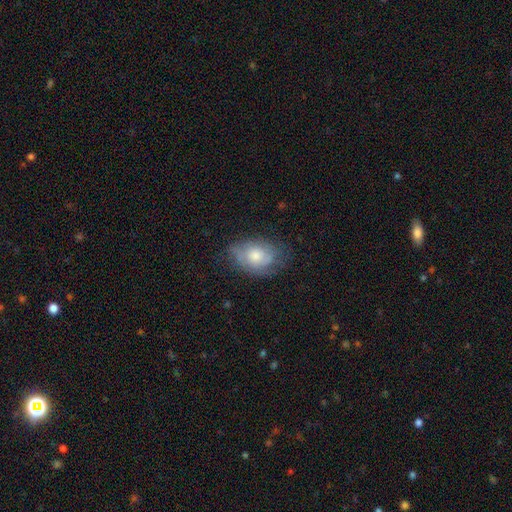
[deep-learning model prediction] smooth 50%, featured or disk 42%, star or artifact 8%. Down the decision tree: how rounded — in between (81%); merging — none (60%).